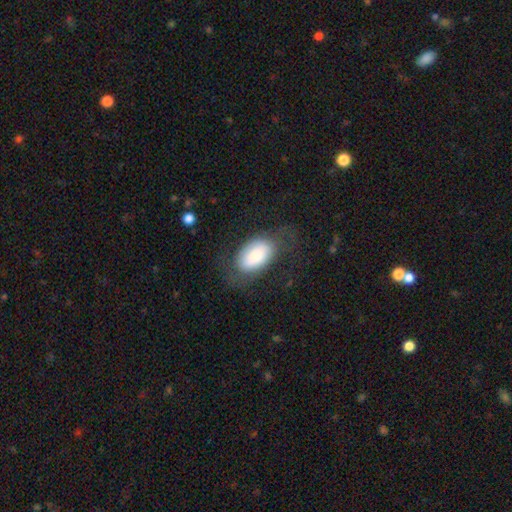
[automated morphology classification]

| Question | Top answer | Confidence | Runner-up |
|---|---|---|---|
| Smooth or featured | smooth | 68% | featured or disk (25%) |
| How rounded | in between | 93% | round (5%) |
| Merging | none | 57% | minor disturbance (22%) |